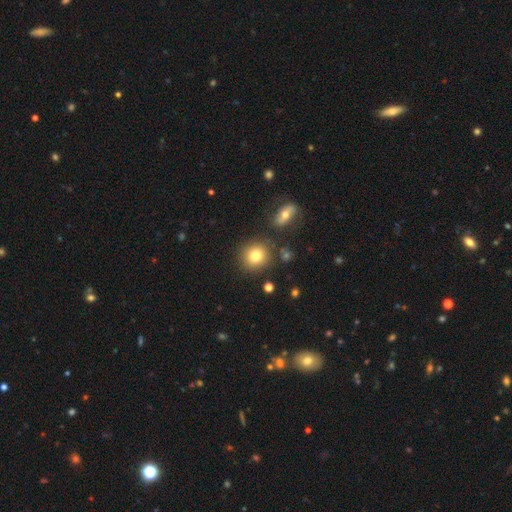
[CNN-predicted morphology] Q: Smooth or featured?
A: smooth (79%); runner-up: star or artifact (11%)
Q: How rounded?
A: round (86%); runner-up: in between (13%)
Q: Merging?
A: none (83%); runner-up: minor disturbance (9%)